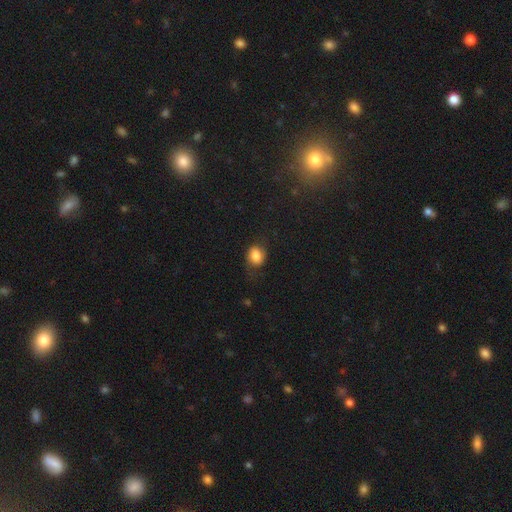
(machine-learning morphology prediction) Overall: smooth (76%). How rounded: round (52%; in between 47%). Merging: none (62%; minor disturbance 23%).